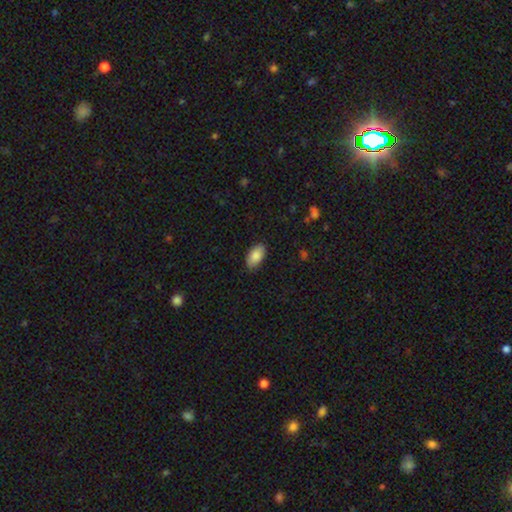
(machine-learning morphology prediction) Smooth or featured: smooth — 86% (featured or disk — 8%)
How rounded: in between — 94% (round — 3%)
Merging: none — 83% (minor disturbance — 13%)